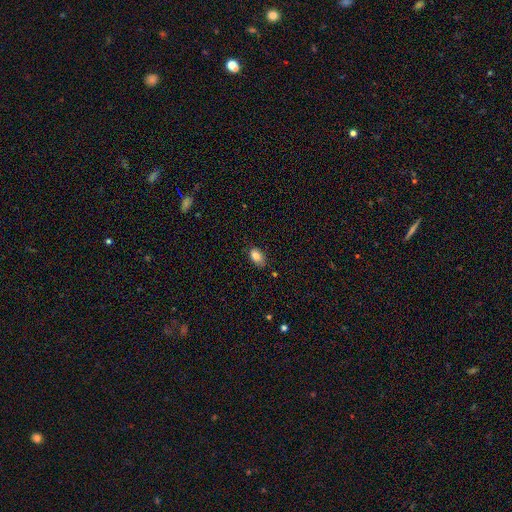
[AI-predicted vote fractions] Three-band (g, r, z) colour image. It shows a smooth galaxy with no disk features (84%) that is in between round and cigar-shaped (88%). Merging: none (72%).